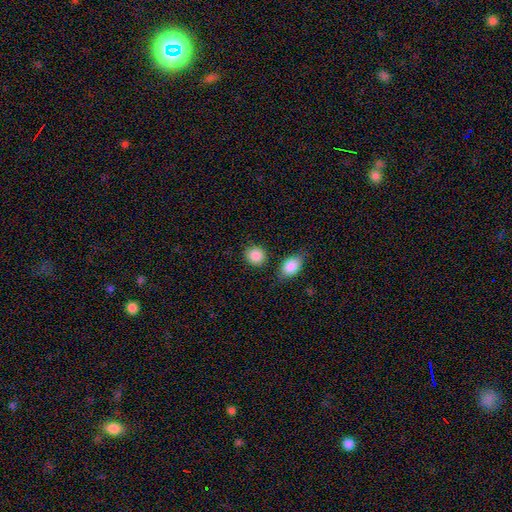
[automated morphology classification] This is clearly a smooth galaxy (88%). How rounded: clearly round (80%). Merging: clearly none (81%).